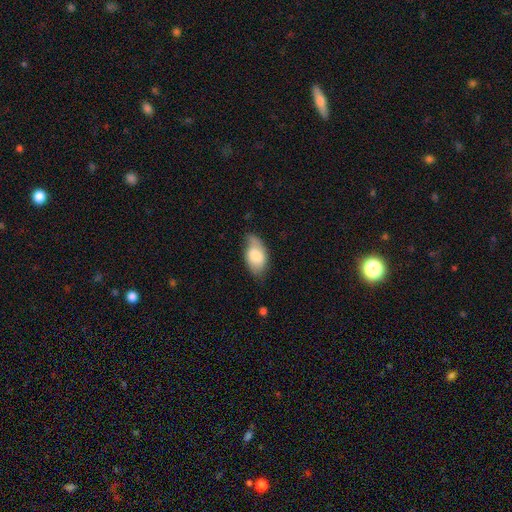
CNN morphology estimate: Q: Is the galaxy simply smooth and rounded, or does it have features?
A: smooth — 70%.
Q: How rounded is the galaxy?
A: in between — 93%.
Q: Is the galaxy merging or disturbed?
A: none — 55%.